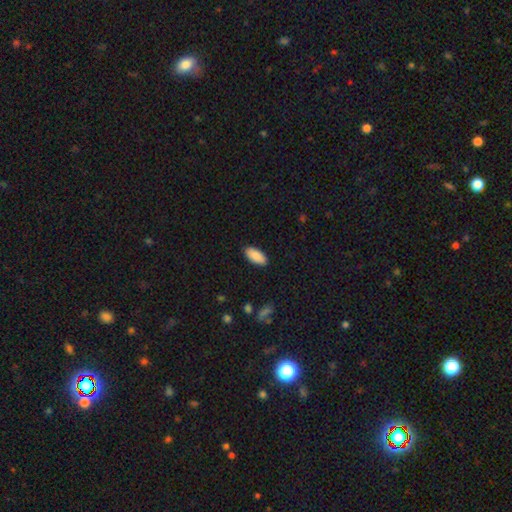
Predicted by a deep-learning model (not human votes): smooth 90%, star or artifact 6%, featured or disk 4%. Down the decision tree: how rounded — in between (89%); merging — none (89%).